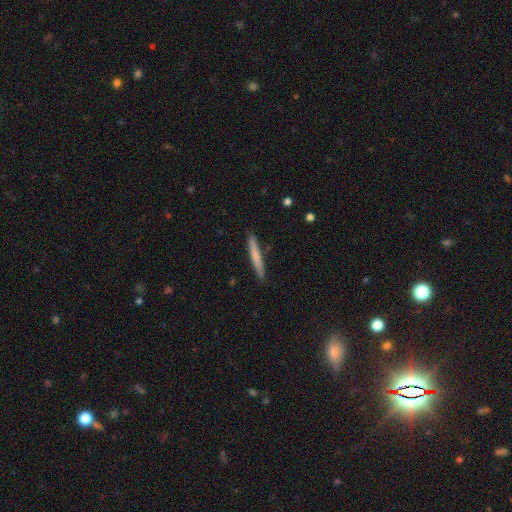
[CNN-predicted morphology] Smooth or featured? smooth (69%)
How rounded? cigar-shaped (96%)
Merging? none (89%)